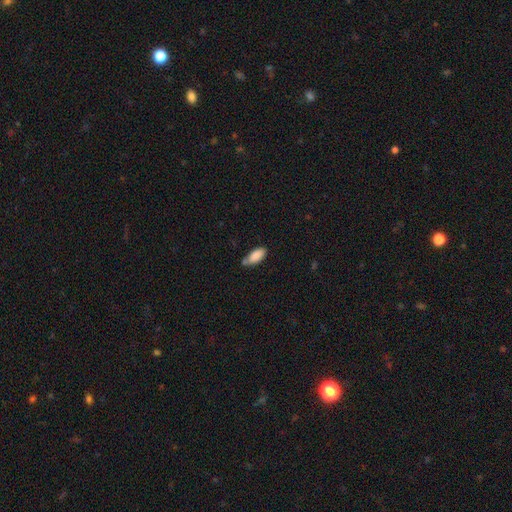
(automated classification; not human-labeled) smooth-or-featured: smooth: 86% | star or artifact: 7% | featured or disk: 7%
  how-rounded: in between: 87% | cigar-shaped: 11% | round: 2%
  merging: none: 59% | minor disturbance: 25% | merger: 12% | major disturbance: 5%